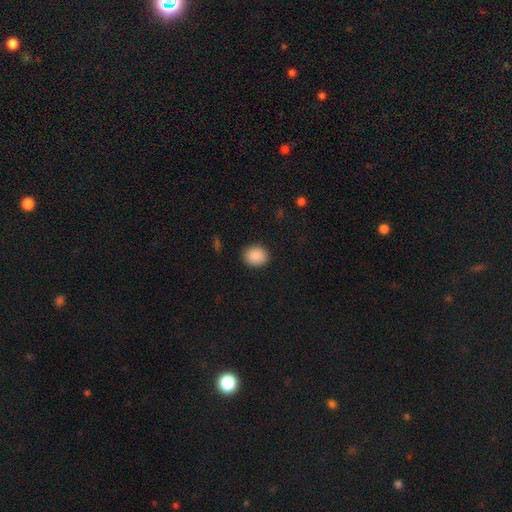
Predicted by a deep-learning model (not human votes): Q: Smooth or featured?
A: smooth (89%); runner-up: star or artifact (8%)
Q: How rounded?
A: round (66%); runner-up: in between (33%)
Q: Merging?
A: none (89%); runner-up: minor disturbance (8%)